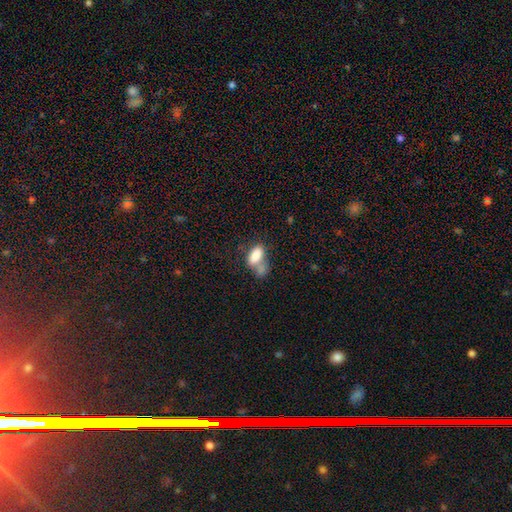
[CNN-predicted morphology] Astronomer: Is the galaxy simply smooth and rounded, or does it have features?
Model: smooth — 79%.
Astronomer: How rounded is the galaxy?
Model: in between — 89%.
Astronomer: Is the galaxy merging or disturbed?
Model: merger — 46% (runner-up: none, 26%).